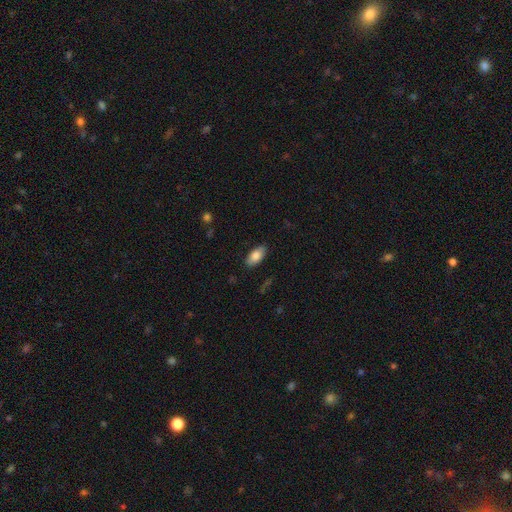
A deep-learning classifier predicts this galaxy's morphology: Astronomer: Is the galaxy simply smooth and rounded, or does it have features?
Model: smooth — 81%.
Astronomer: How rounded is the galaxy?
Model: in between — 92%.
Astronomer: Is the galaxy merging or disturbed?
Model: none — 86%.